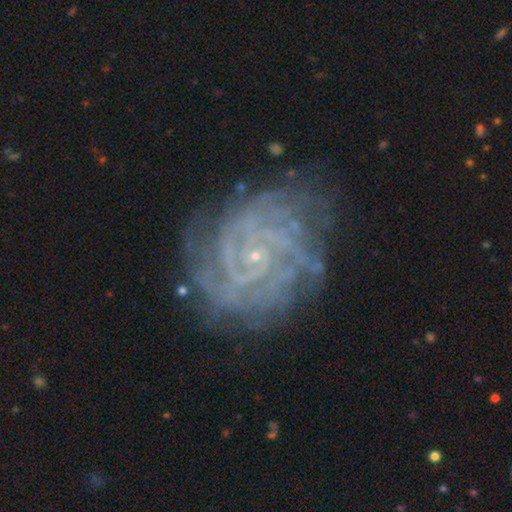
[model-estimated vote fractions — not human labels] Morphology: type=featured or disk (86%); edge-on=no (98%); bar=no (63%); spiral arms=yes (97%); winding=tight (75%); arm count=can't tell (28%); bulge=small (86%); merging=none (77%).